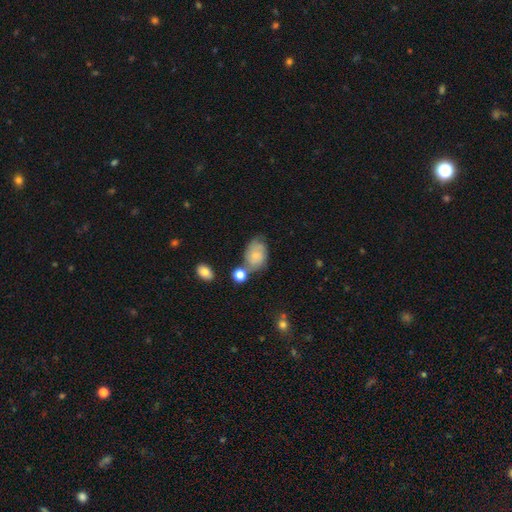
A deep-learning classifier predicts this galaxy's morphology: Smooth or featured? smooth (62%)
How rounded? in between (78%)
Merging? none (47%)